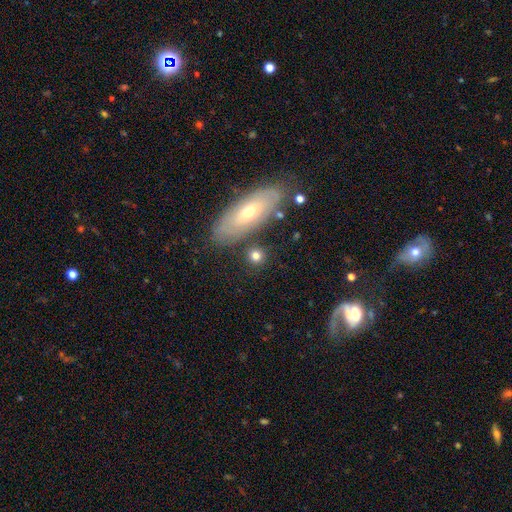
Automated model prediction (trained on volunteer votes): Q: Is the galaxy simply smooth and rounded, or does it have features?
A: smooth — 75%.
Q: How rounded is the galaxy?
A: round — 76%.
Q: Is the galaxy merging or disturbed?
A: none — 78%.